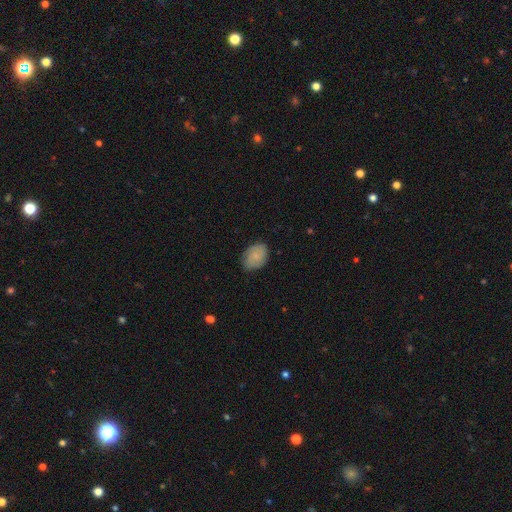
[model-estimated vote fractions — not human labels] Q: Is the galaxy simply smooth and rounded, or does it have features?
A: smooth — 66%.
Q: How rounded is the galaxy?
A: in between — 76%.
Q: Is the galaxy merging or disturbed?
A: none — 77%.